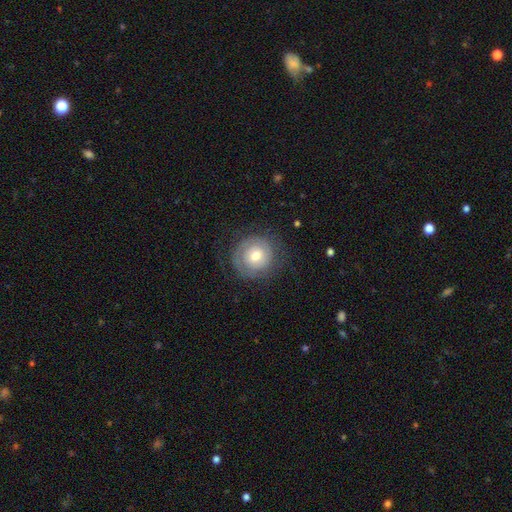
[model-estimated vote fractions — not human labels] smooth-or-featured: smooth: 48% | featured or disk: 44% | star or artifact: 8%
  merging: none: 76% | minor disturbance: 15% | major disturbance: 9% | merger: 1%